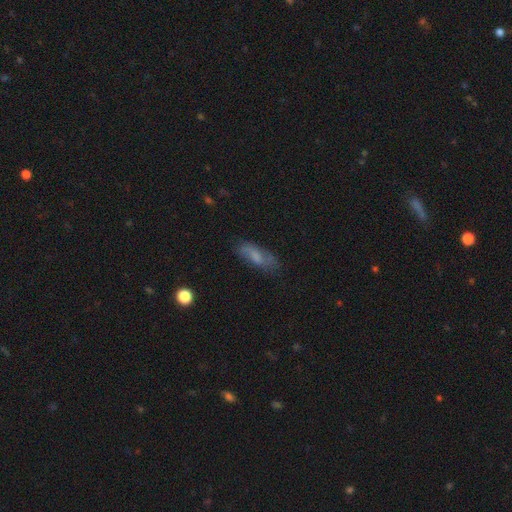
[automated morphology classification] A smooth galaxy with no disk features (57%) that is in between round and cigar-shaped (68%). Merging: none (69%).